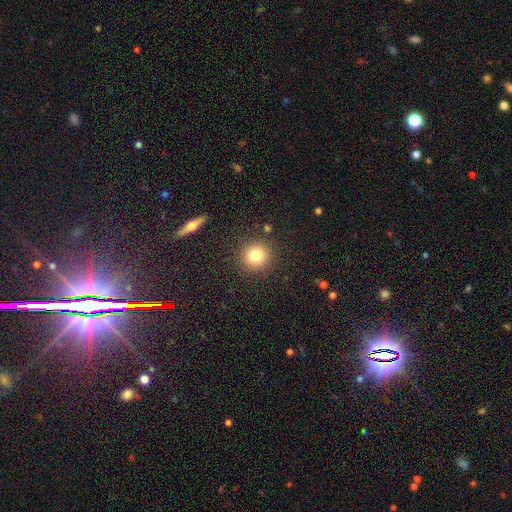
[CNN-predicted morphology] Smooth or featured? smooth (80%)
How rounded? round (94%)
Merging? none (89%)